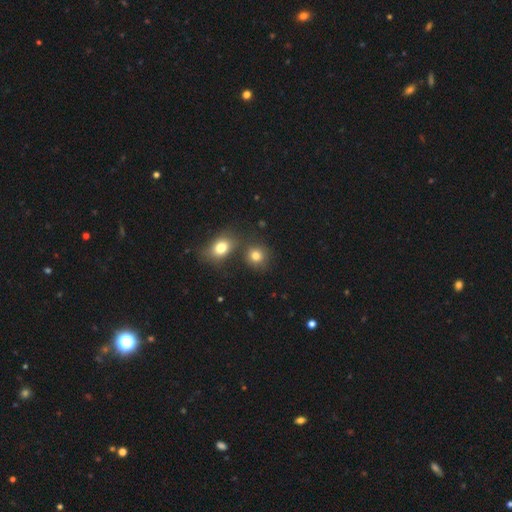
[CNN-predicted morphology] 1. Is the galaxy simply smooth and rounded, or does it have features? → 79% smooth, 14% star or artifact, 8% featured or disk.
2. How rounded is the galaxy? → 80% round, 19% in between, 1% cigar-shaped.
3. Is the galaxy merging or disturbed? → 69% none, 18% merger, 10% minor disturbance, 4% major disturbance.